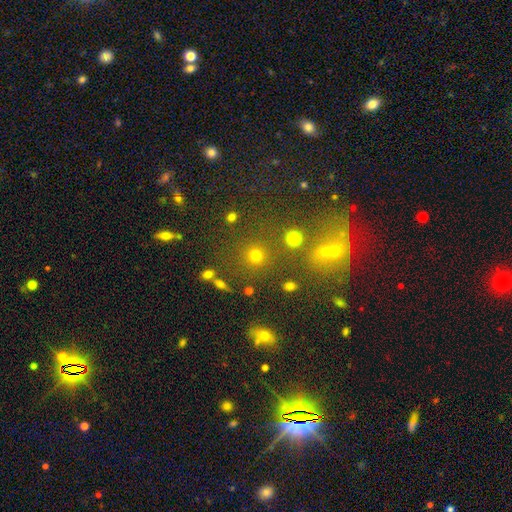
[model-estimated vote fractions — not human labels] smooth 70%, star or artifact 21%, featured or disk 8%. Down the decision tree: how rounded — round (92%); merging — none (80%).